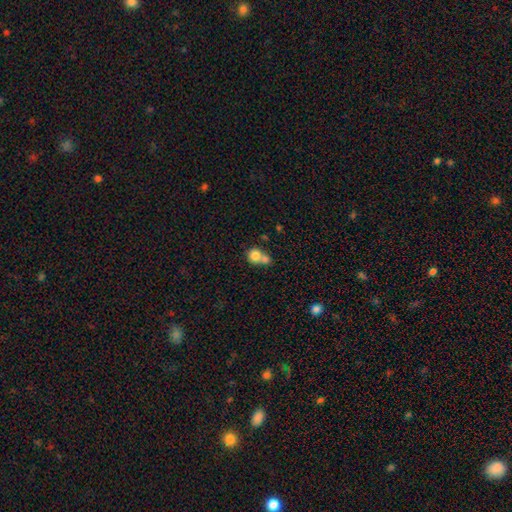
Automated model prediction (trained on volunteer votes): smooth 79%, featured or disk 12%, star or artifact 10%. Down the decision tree: how rounded — round (83%); merging — merger (59%).